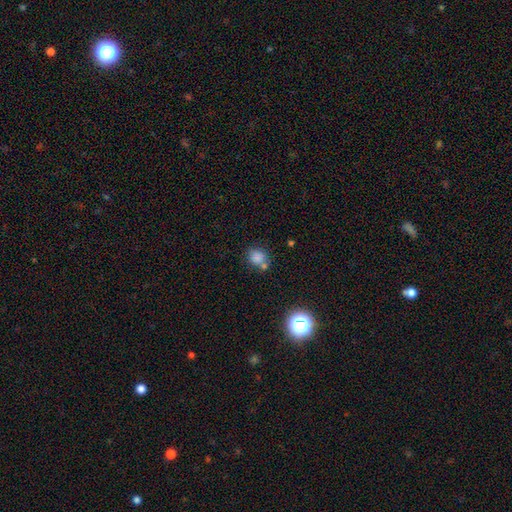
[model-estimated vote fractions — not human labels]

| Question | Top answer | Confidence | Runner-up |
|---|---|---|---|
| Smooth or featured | smooth | 75% | star or artifact (18%) |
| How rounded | round | 73% | in between (26%) |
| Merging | none | 64% | merger (18%) |